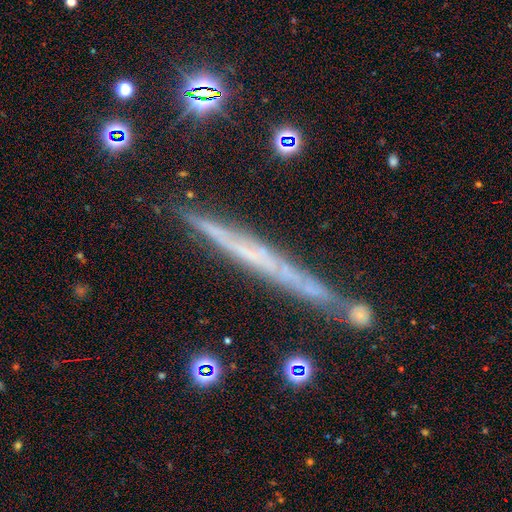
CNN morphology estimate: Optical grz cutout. It shows a featured or disk galaxy (60%) viewed edge-on (96%) with no central bulge (85%). Merging: none (80%).